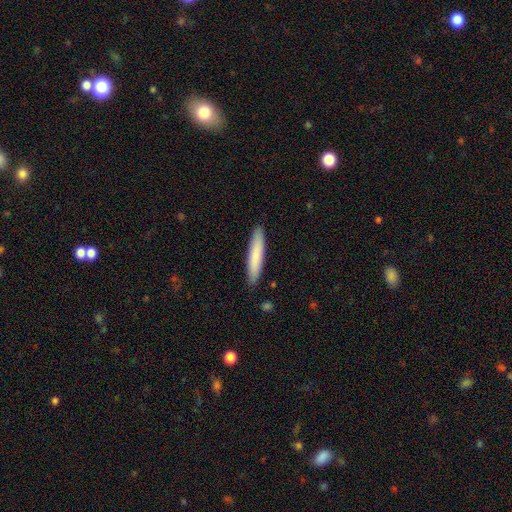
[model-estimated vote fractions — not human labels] Overall: smooth (80%). How rounded: cigar-shaped (88%). Merging: none (90%).